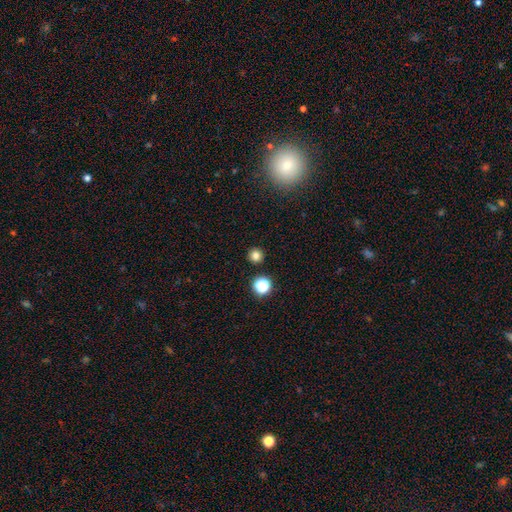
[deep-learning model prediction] smooth 80%, star or artifact 16%, featured or disk 5%. Down the decision tree: how rounded — round (95%); merging — none (92%).